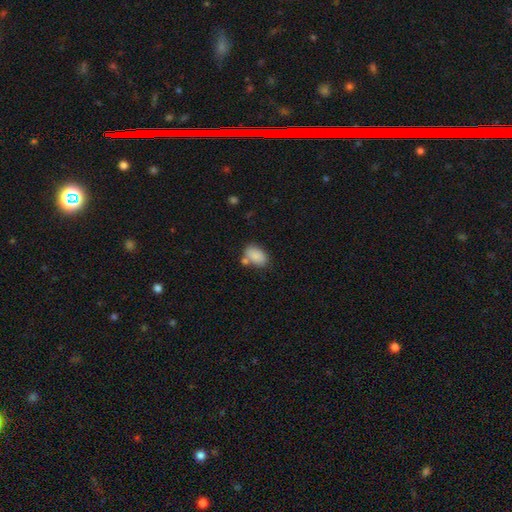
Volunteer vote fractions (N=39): Volunteers were most divided on "merging": none: 68%, minor disturbance: 16%, merger: 14%, major disturbance: 3%. More confident: how rounded — in between (97%); smooth or featured — smooth (95%).